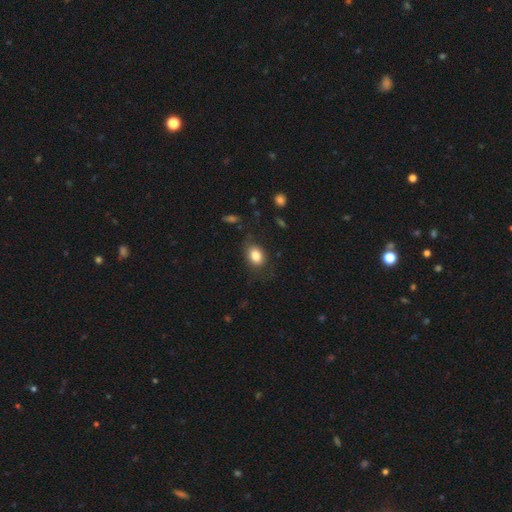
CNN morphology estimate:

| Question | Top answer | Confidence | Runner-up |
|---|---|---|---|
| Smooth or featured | smooth | 83% | star or artifact (8%) |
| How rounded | in between | 73% | round (26%) |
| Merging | none | 74% | minor disturbance (18%) |